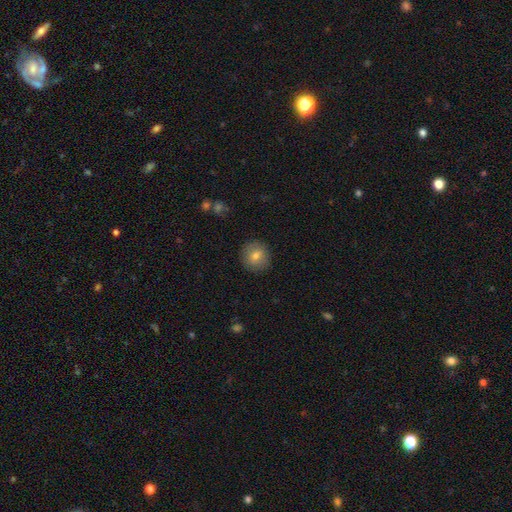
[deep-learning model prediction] This appears to be a smooth galaxy with no disk features (78%) that is round (92%). Merging: none (90%).